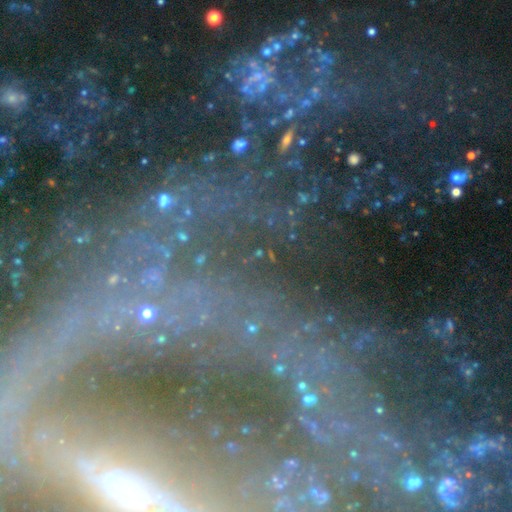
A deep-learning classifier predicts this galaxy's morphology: Smooth or featured: featured or disk — 54% (star or artifact — 36%)
Edge-on disk: no — 86% (yes — 14%)
Merging: none — 60% (major disturbance — 19%)